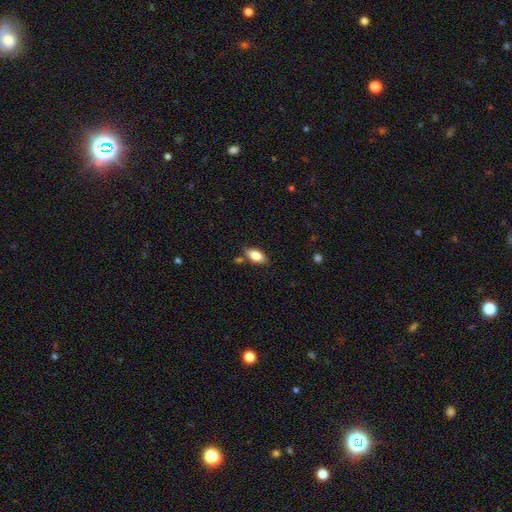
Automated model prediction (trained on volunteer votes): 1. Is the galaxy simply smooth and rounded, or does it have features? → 80% smooth, 12% featured or disk, 7% star or artifact.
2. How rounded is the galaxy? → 90% in between, 6% cigar-shaped, 4% round.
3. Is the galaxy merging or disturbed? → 78% none, 14% minor disturbance, 5% merger, 3% major disturbance.